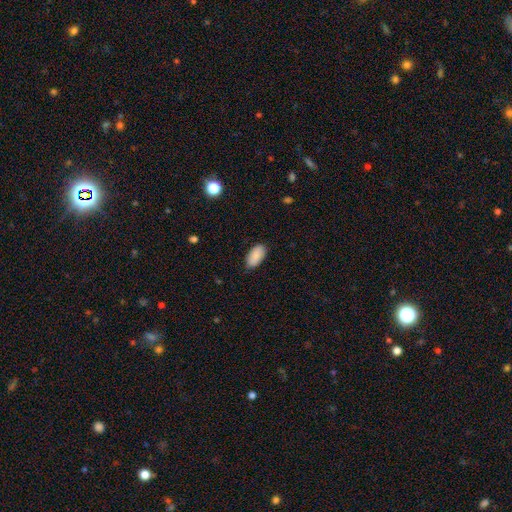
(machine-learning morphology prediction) Smooth or featured: smooth — 89% (star or artifact — 6%)
How rounded: in between — 95% (round — 3%)
Merging: none — 84% (minor disturbance — 12%)